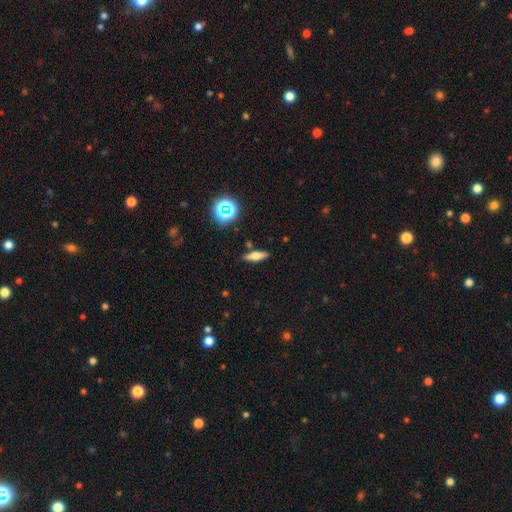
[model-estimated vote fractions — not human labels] smooth_or_featured: smooth (p=0.57) [alt: featured or disk p=0.31]
how_rounded: cigar-shaped (p=0.53) [alt: in between p=0.42]
merging: none (p=0.85) [alt: minor disturbance p=0.10]